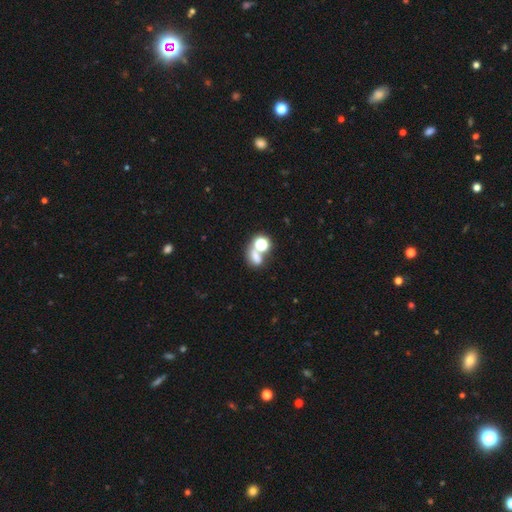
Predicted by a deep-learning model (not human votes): Morphology: type=smooth (57%); roundness=in between (52%); merging=merger (44%).